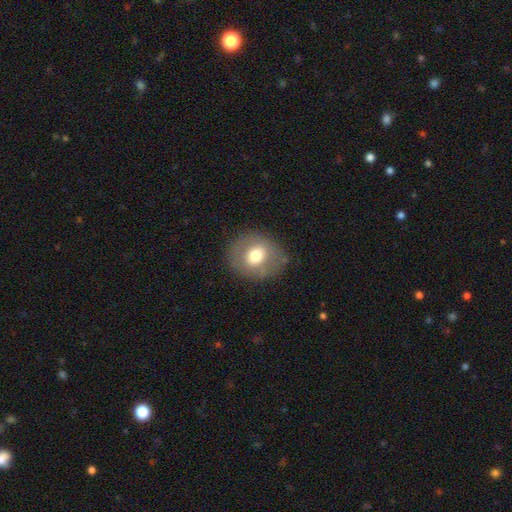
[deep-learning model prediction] This is likely a smooth galaxy (67%). How rounded: likely round (73%). Merging: clearly none (81%).